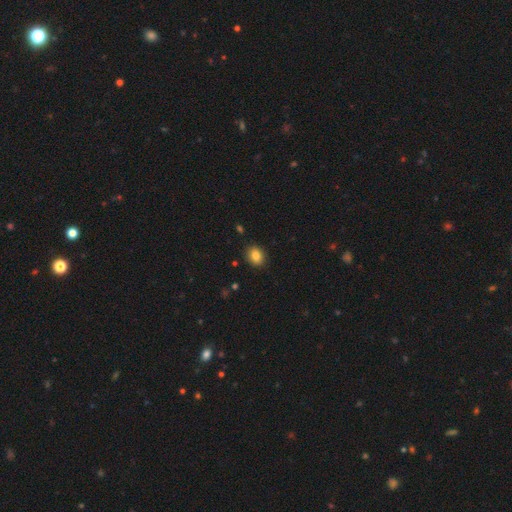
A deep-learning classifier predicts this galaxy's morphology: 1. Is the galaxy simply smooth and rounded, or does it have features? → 84% smooth, 10% star or artifact, 6% featured or disk.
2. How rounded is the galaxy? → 50% round, 49% in between, 1% cigar-shaped.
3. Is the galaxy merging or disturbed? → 89% none, 8% minor disturbance, 2% major disturbance, 1% merger.